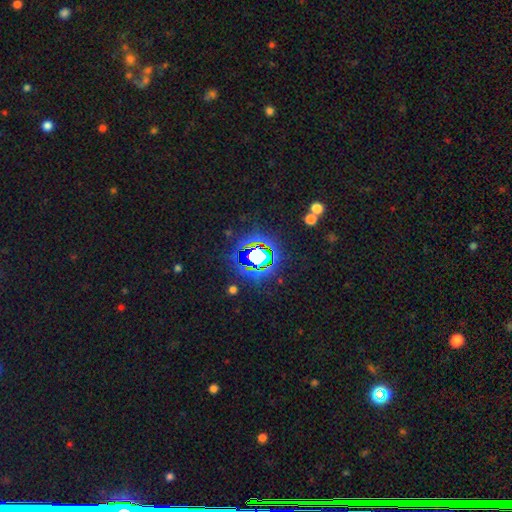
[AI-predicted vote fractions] Overall: star or artifact (69%).